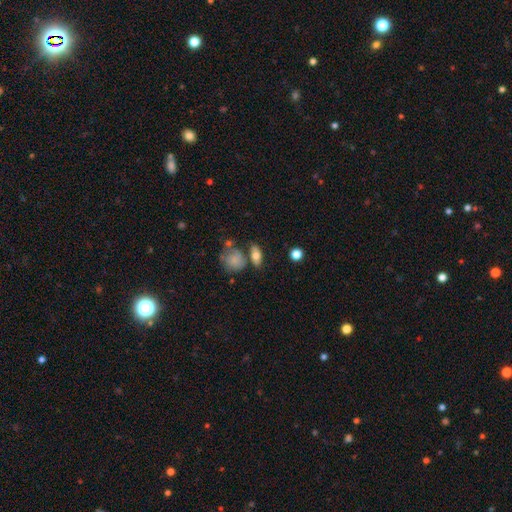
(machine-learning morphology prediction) Overall: smooth (69%). How rounded: in between (74%). Merging: none (57%; minor disturbance 19%).